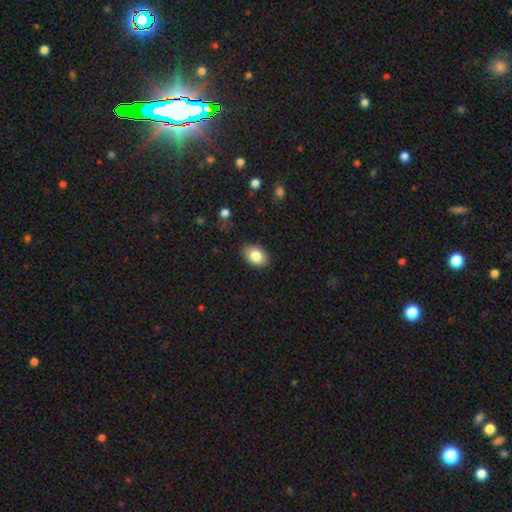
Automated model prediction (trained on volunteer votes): This is clearly a smooth galaxy (83%). How rounded: clearly in between (81%). Merging: clearly none (86%).